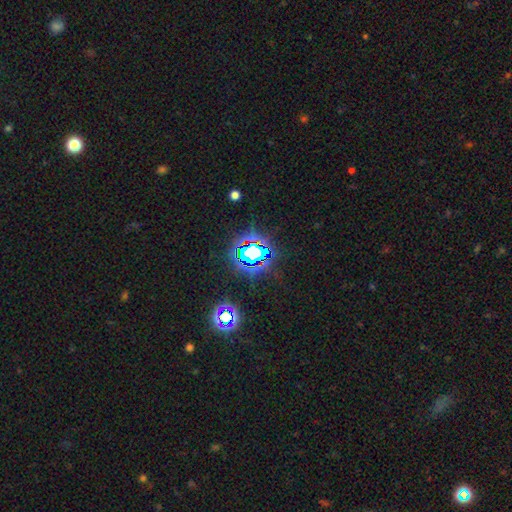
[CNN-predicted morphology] This is likely a star or artifact rather than a galaxy (73%).